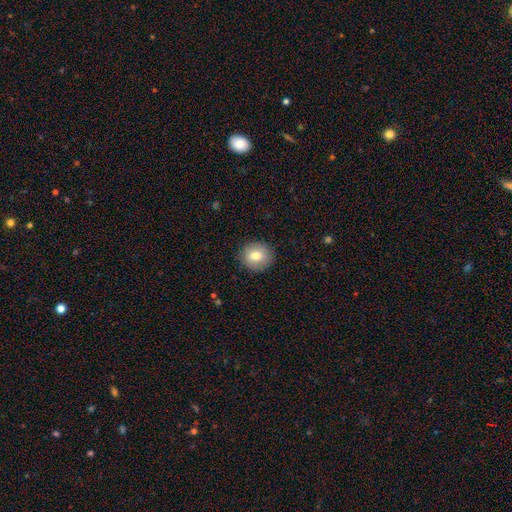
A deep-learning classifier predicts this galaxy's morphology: smooth 76%, featured or disk 15%, star or artifact 9%. Down the decision tree: how rounded — round (84%); merging — none (89%).